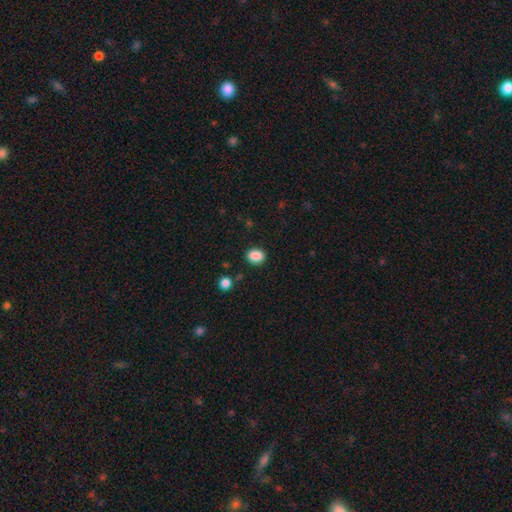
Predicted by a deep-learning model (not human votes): Smooth or featured: smooth — 88% (star or artifact — 9%)
How rounded: in between — 60% (round — 39%)
Merging: none — 87% (minor disturbance — 9%)